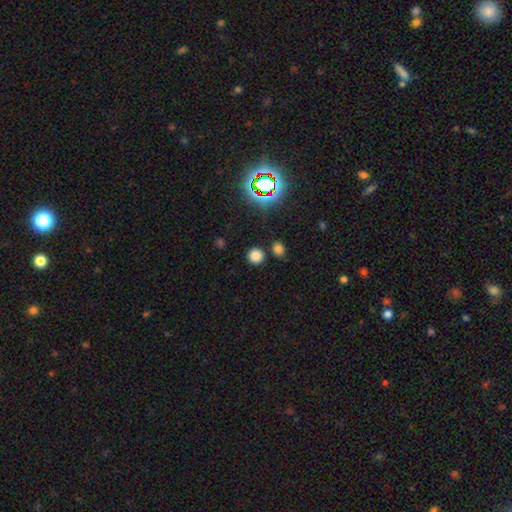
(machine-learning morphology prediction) A smooth galaxy with no disk features (77%) that is round (93%). Merging: none (85%).